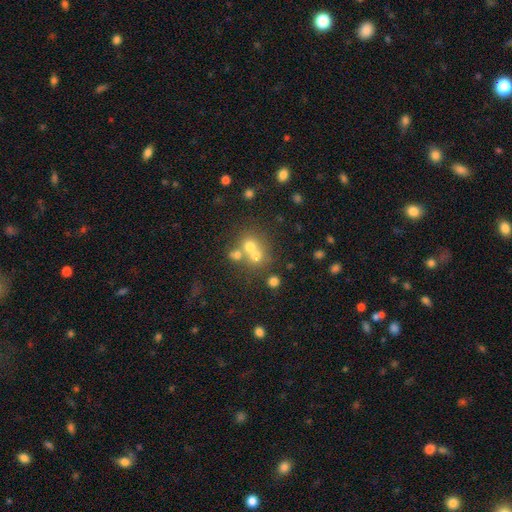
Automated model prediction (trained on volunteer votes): A smooth galaxy with no disk features (62%) that is round (77%). Merging: merger (53%).